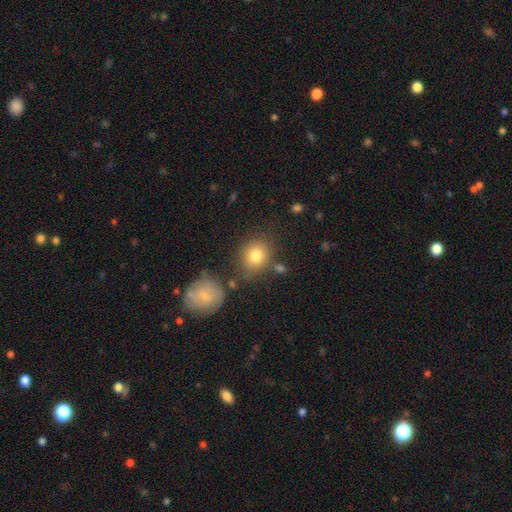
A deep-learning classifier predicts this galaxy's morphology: smooth 81%, star or artifact 10%, featured or disk 9%. Down the decision tree: how rounded — round (76%); merging — none (74%).